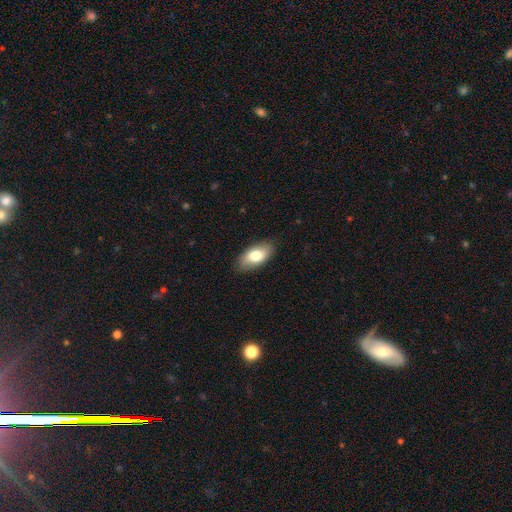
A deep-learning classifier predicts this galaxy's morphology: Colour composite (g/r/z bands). It shows a smooth galaxy with no disk features (77%) that is in between round and cigar-shaped (92%). Merging: none (86%).